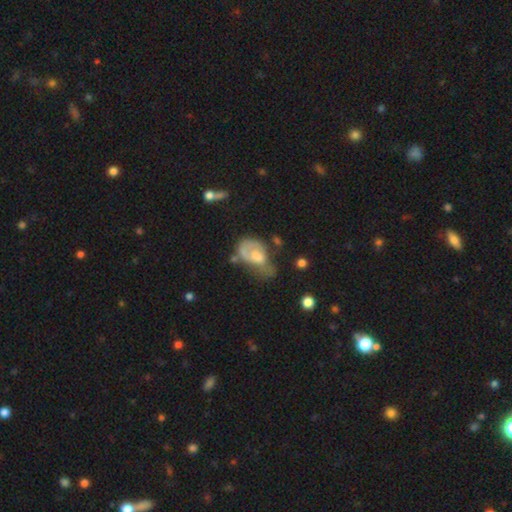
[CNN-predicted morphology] This is possibly a smooth galaxy (46%). Merging: marginally major disturbance (42%).